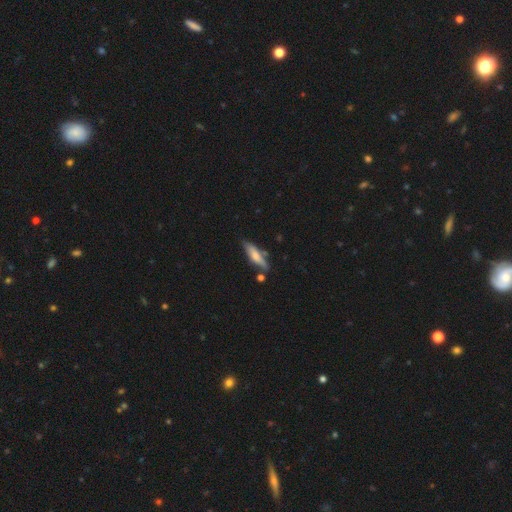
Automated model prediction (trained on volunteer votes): Overall: smooth (57%; featured or disk 37%). How rounded: cigar-shaped (69%; in between 29%). Merging: none (68%).